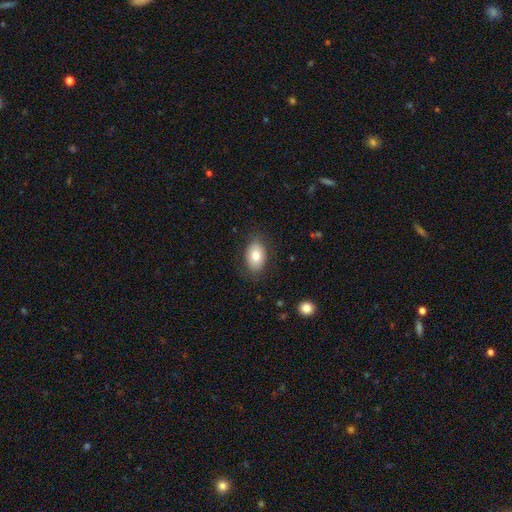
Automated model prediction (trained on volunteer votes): This is likely a smooth galaxy (79%). How rounded: clearly in between (86%). Merging: clearly none (81%).